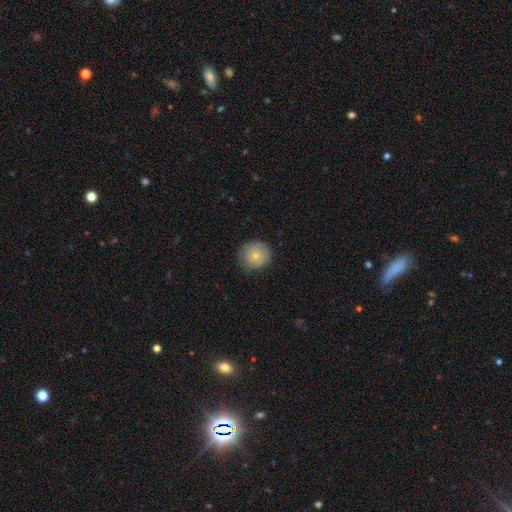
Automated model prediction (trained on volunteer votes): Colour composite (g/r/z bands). It shows a smooth galaxy with no disk features (67%) that is round (90%). Merging: none (75%).